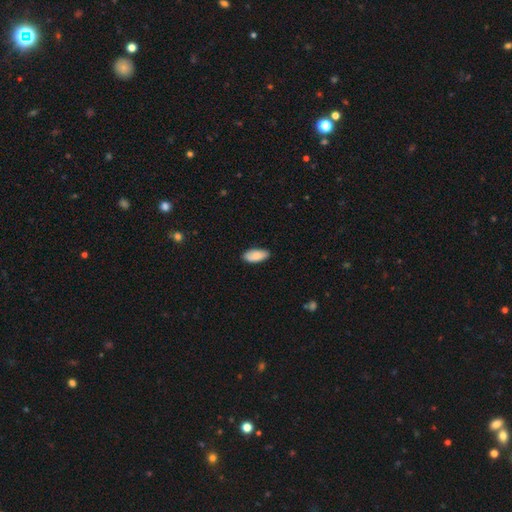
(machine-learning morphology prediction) A smooth galaxy with no disk features (85%) that is in between round and cigar-shaped (90%).

Vote fractions:
- Smooth or featured? smooth: 85% / featured or disk: 10% / star or artifact: 6%
- How rounded? in between: 90% / cigar-shaped: 8% / round: 2%
- Merging? none: 86% / minor disturbance: 11% / major disturbance: 2% / merger: 1%